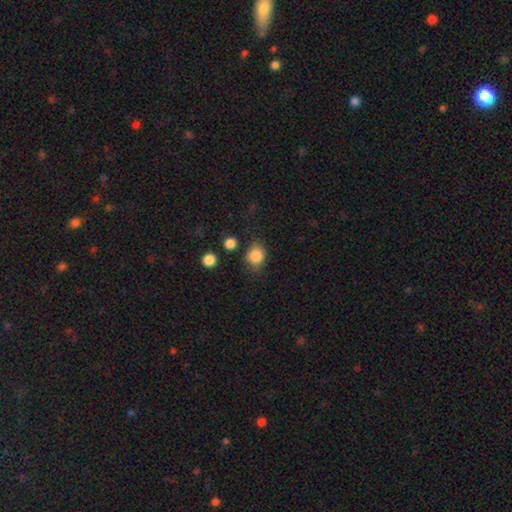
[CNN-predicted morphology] Smooth or featured? Predicted: smooth (p=0.85). How rounded? Predicted: round (p=0.71). Merging? Predicted: none (p=0.72).